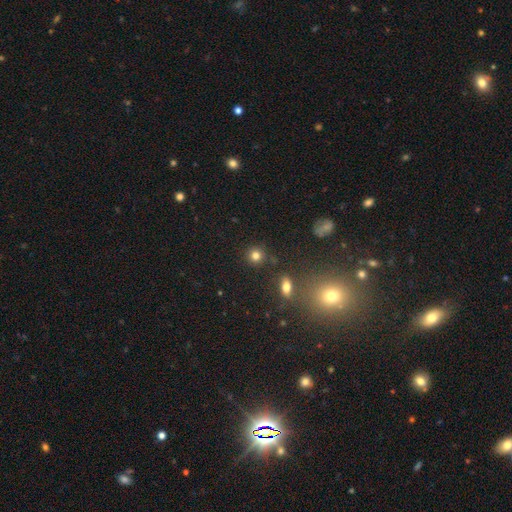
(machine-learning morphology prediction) smooth_or_featured: smooth (p=0.79) [alt: star or artifact p=0.14]
how_rounded: round (p=0.91) [alt: in between p=0.07]
merging: none (p=0.85) [alt: minor disturbance p=0.08]